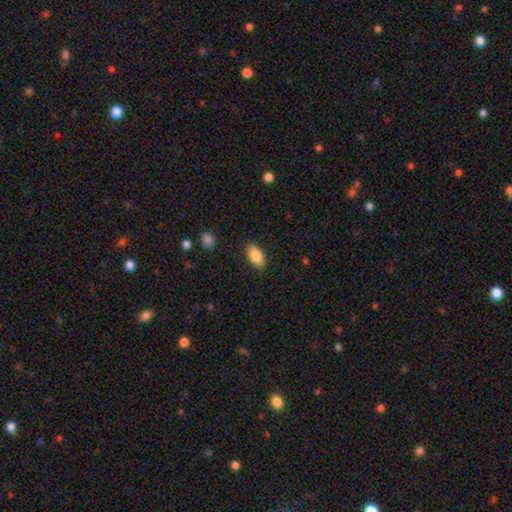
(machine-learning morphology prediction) A smooth galaxy with no disk features (83%) that is in between round and cigar-shaped (91%).

Vote fractions:
- Smooth or featured? smooth: 83% / featured or disk: 10% / star or artifact: 7%
- How rounded? in between: 91% / cigar-shaped: 5% / round: 4%
- Merging? none: 86% / minor disturbance: 10% / major disturbance: 2% / merger: 1%